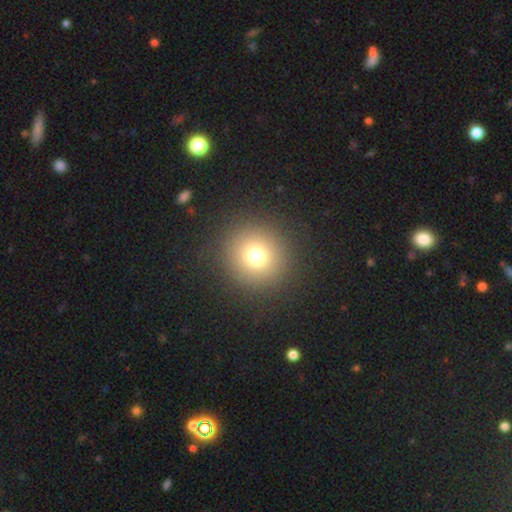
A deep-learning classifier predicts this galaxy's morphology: smooth 73%, star or artifact 18%, featured or disk 9%. Down the decision tree: how rounded — round (95%); merging — none (90%).